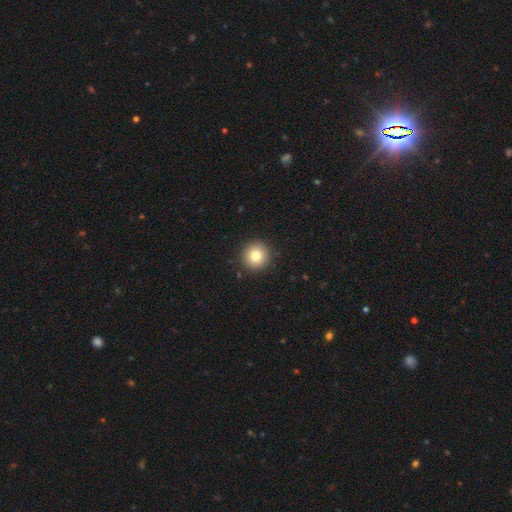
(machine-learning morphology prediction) smooth 82%, star or artifact 10%, featured or disk 8%. Down the decision tree: how rounded — round (94%); merging — none (92%).